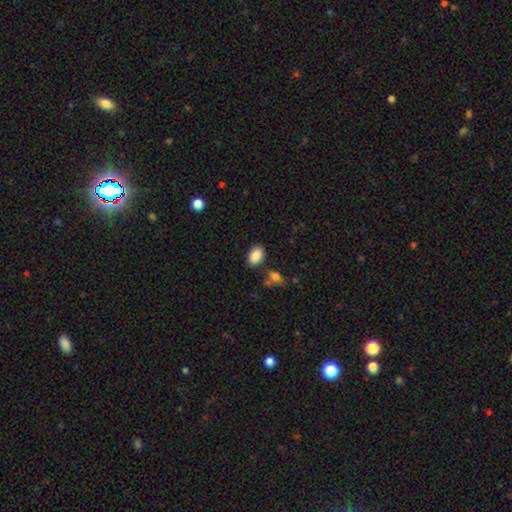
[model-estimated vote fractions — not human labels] smooth_or_featured: smooth (p=0.88) [alt: star or artifact p=0.07]
how_rounded: in between (p=0.91) [alt: round p=0.08]
merging: none (p=0.82) [alt: minor disturbance p=0.11]